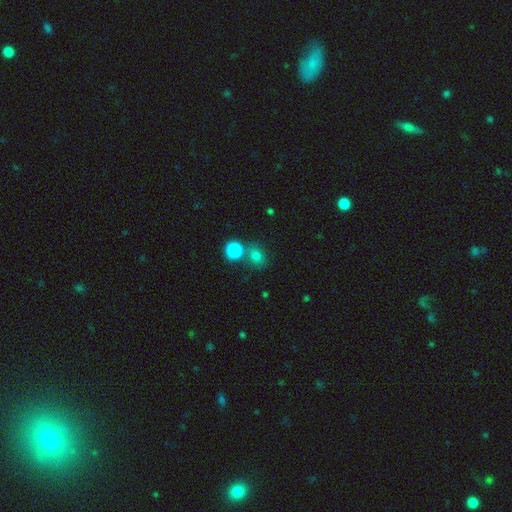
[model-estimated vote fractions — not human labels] The model was most divided on "how rounded": round: 64%, in between: 35%, cigar-shaped: 1%. More confident: smooth or featured — smooth (77%); merging — none (62%).